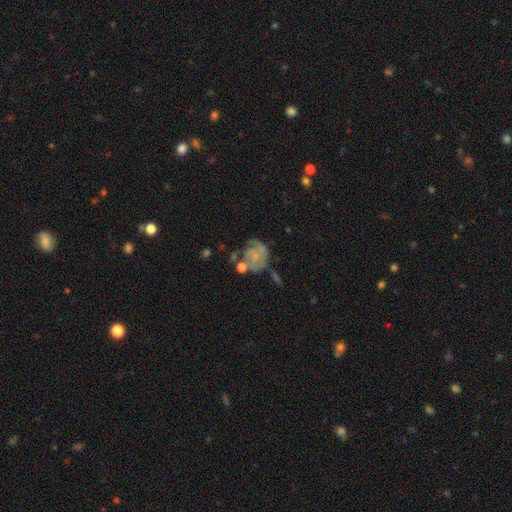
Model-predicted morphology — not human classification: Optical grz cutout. It shows a featured or disk galaxy (58%) with no bar (82%), spiral arms (59%) and no central bulge (49%). Merging: none (38%).